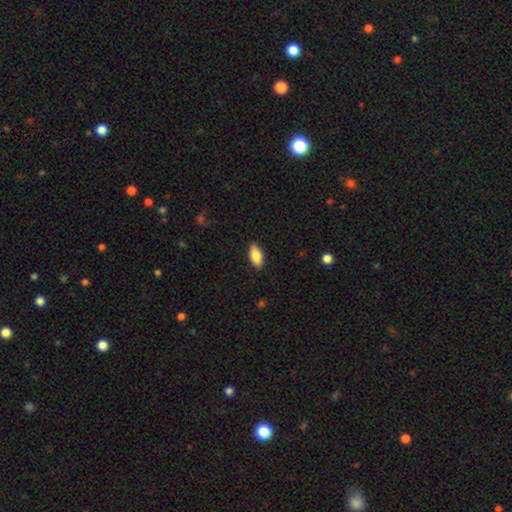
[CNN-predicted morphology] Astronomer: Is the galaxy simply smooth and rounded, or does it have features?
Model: smooth — 79%.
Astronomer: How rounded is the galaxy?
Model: in between — 85%.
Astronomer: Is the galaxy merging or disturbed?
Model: none — 88%.